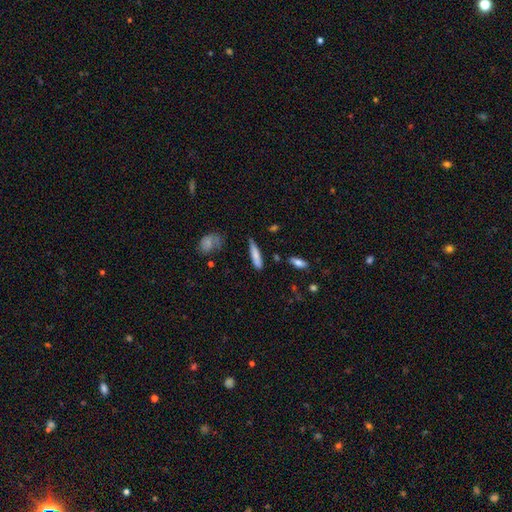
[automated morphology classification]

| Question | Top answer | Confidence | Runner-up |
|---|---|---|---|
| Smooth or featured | smooth | 76% | featured or disk (17%) |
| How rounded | cigar-shaped | 76% | in between (22%) |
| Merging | none | 69% | minor disturbance (22%) |